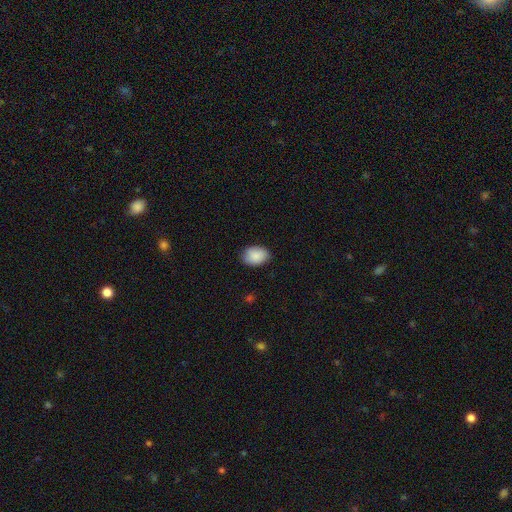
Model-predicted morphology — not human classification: This is clearly a smooth galaxy (89%). How rounded: likely in between (78%). Merging: clearly none (83%).